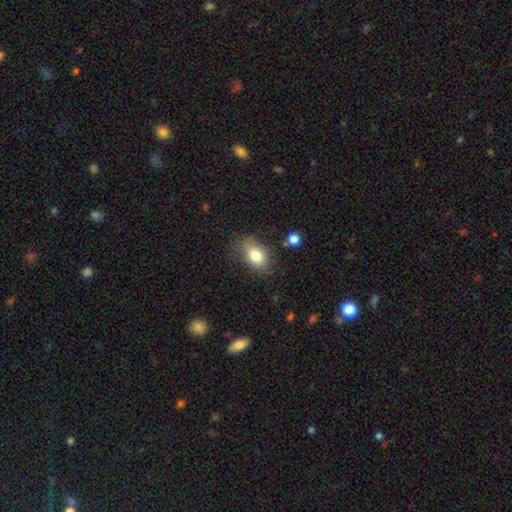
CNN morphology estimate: type=smooth (81%); roundness=in between (85%); merging=none (71%).